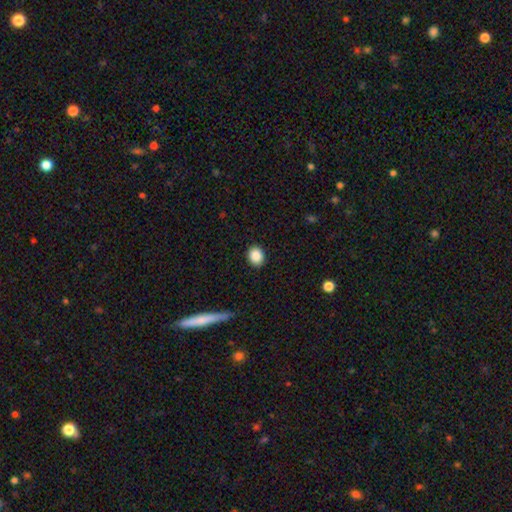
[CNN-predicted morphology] smooth_or_featured: smooth (p=0.87) [alt: star or artifact p=0.08]
how_rounded: round (p=0.58) [alt: in between p=0.40]
merging: none (p=0.90) [alt: minor disturbance p=0.07]